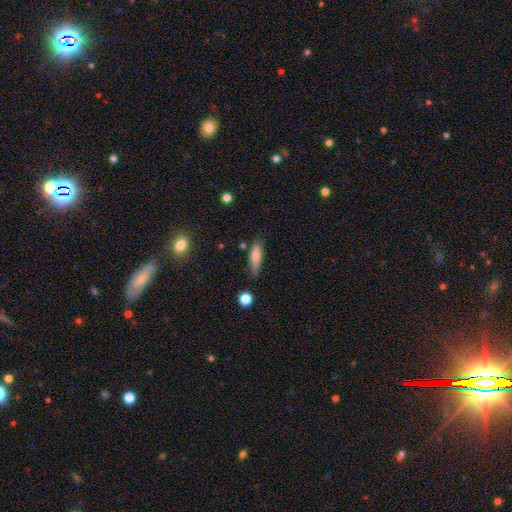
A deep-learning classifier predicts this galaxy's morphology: Q: Smooth or featured?
A: smooth (72%); runner-up: featured or disk (20%)
Q: How rounded?
A: cigar-shaped (63%); runner-up: in between (35%)
Q: Merging?
A: none (72%); runner-up: minor disturbance (21%)